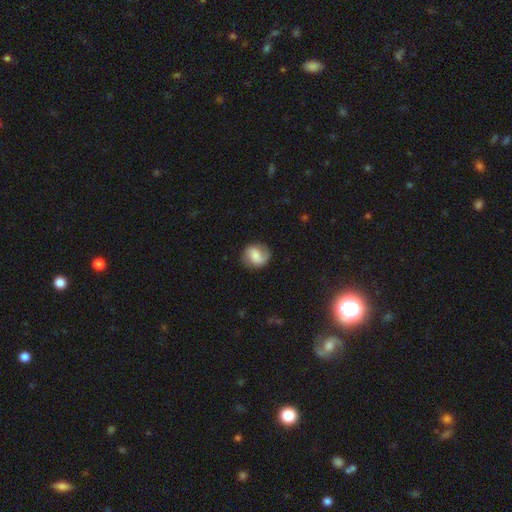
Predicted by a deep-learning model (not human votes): Smooth or featured? Predicted: featured or disk (p=0.50). Edge-on disk? Predicted: no (p=0.97). Merging? Predicted: none (p=0.77).